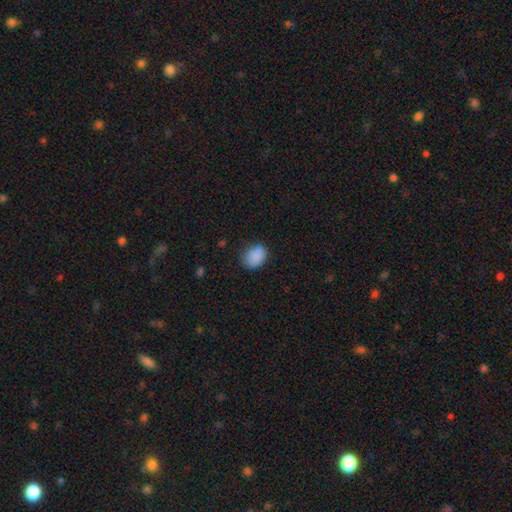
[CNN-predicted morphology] Smooth or featured: smooth — 87% (star or artifact — 9%)
How rounded: in between — 64% (round — 35%)
Merging: none — 72% (minor disturbance — 22%)